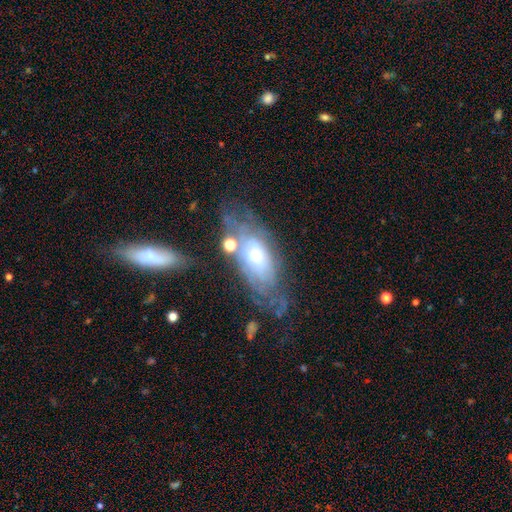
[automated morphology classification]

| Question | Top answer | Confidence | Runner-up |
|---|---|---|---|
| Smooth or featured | featured or disk | 68% | smooth (24%) |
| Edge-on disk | no | 87% | yes (13%) |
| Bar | no | 78% | weak (18%) |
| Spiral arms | yes | 69% | no (31%) |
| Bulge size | moderate | 52% | small (39%) |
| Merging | none | 51% | minor disturbance (24%) |